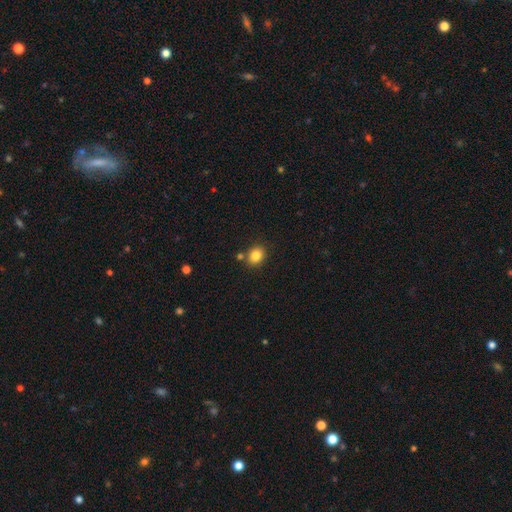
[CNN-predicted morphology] Smooth or featured: smooth — 84% (star or artifact — 11%)
How rounded: round — 61% (in between — 38%)
Merging: none — 78% (minor disturbance — 10%)